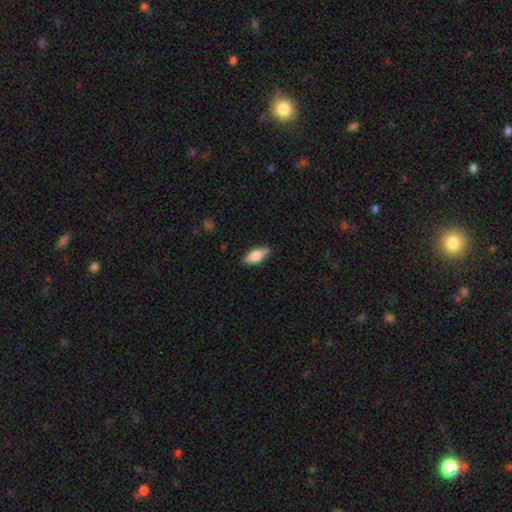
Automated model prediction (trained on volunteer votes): A smooth galaxy with no disk features (67%) that is in between round and cigar-shaped (76%).

Vote fractions:
- Smooth or featured? smooth: 67% / featured or disk: 27% / star or artifact: 6%
- How rounded? in between: 76% / cigar-shaped: 22% / round: 3%
- Merging? none: 86% / minor disturbance: 11% / major disturbance: 2% / merger: 1%